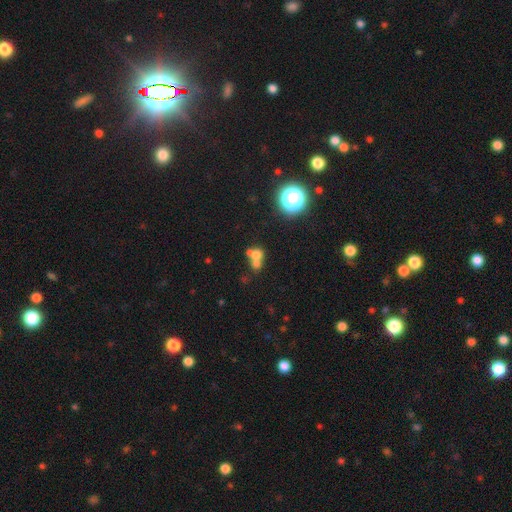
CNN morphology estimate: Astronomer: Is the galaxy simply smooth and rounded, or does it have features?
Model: smooth — 60%.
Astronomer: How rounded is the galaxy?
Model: round — 65%.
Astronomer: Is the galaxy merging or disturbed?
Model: merger — 60%.